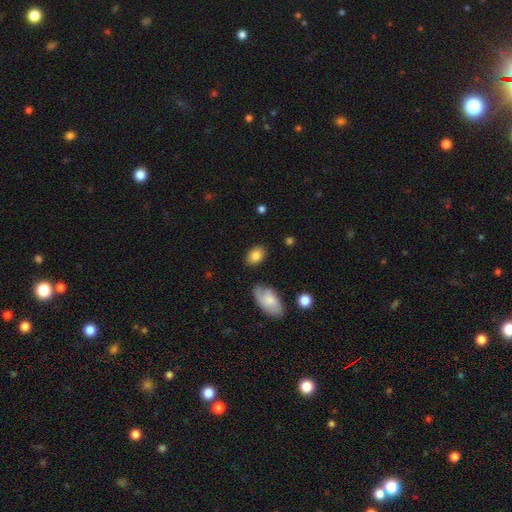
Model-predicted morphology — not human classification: smooth-or-featured: smooth: 82% | featured or disk: 10% | star or artifact: 8%
  how-rounded: in between: 78% | round: 21% | cigar-shaped: 1%
  merging: none: 83% | minor disturbance: 12% | major disturbance: 3% | merger: 2%